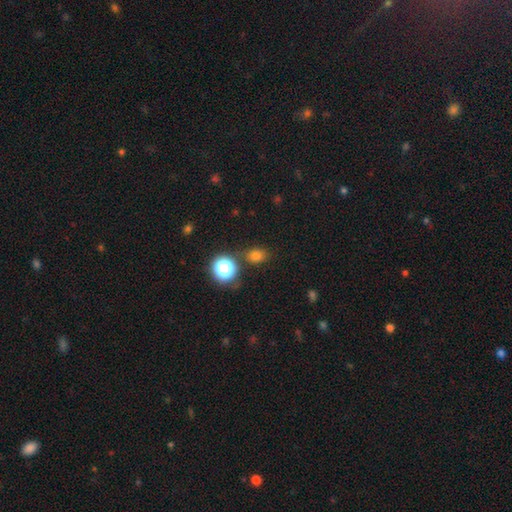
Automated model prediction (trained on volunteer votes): smooth-or-featured: smooth: 73% | star or artifact: 21% | featured or disk: 7%
  how-rounded: round: 51% | in between: 48% | cigar-shaped: 1%
  merging: none: 78% | minor disturbance: 12% | merger: 6% | major disturbance: 4%